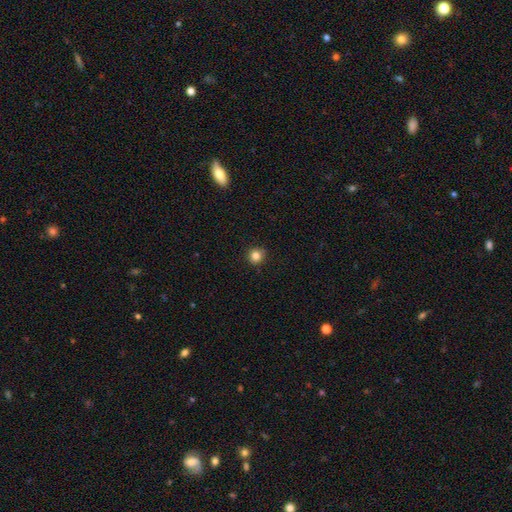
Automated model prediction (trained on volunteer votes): This appears to be a smooth galaxy with no disk features (83%) that is round (93%). Merging: none (89%).